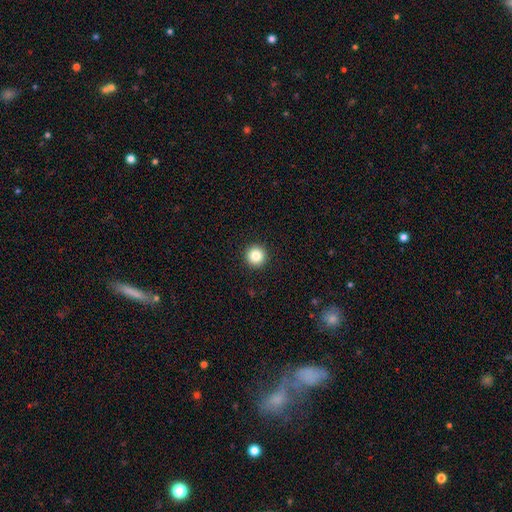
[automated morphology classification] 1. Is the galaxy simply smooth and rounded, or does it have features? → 85% smooth, 10% star or artifact, 5% featured or disk.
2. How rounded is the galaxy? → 96% round, 3% in between, 1% cigar-shaped.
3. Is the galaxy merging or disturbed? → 94% none, 4% minor disturbance, 2% major disturbance, 1% merger.